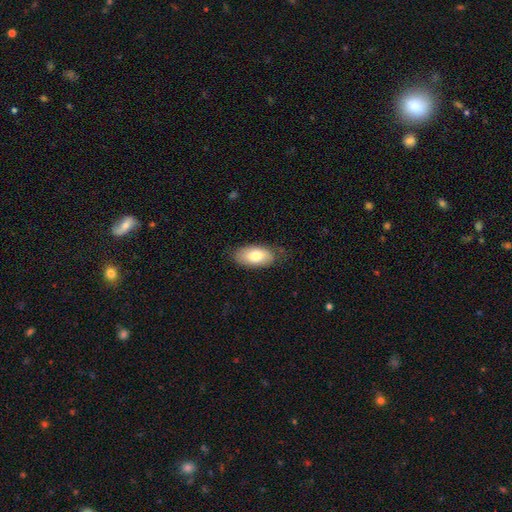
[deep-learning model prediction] A smooth galaxy with no disk features (75%) that is in between round and cigar-shaped (94%).

Vote fractions:
- Smooth or featured? smooth: 75% / featured or disk: 19% / star or artifact: 6%
- How rounded? in between: 94% / cigar-shaped: 4% / round: 3%
- Merging? none: 74% / minor disturbance: 21% / major disturbance: 5% / merger: 1%